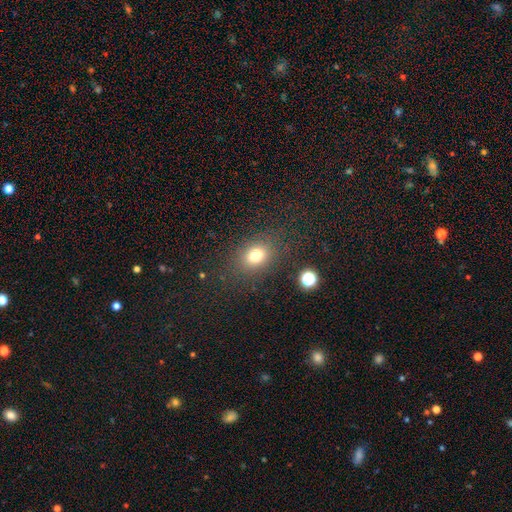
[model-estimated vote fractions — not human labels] smooth_or_featured: smooth (p=0.76) [alt: star or artifact p=0.15]
how_rounded: in between (p=0.55) [alt: round p=0.43]
merging: none (p=0.82) [alt: minor disturbance p=0.11]